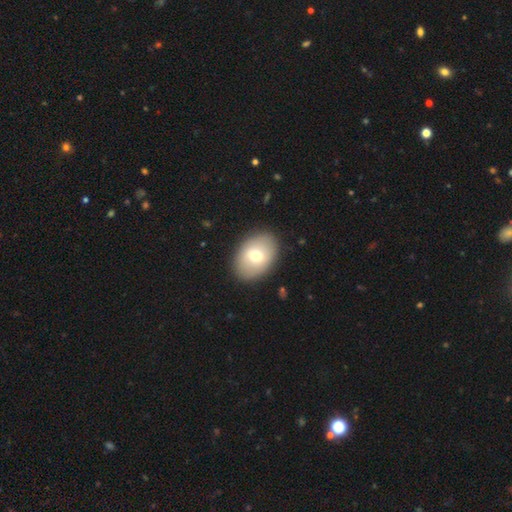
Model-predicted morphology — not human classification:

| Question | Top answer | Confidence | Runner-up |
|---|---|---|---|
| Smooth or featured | smooth | 70% | featured or disk (23%) |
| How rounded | in between | 79% | round (20%) |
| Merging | none | 88% | minor disturbance (8%) |